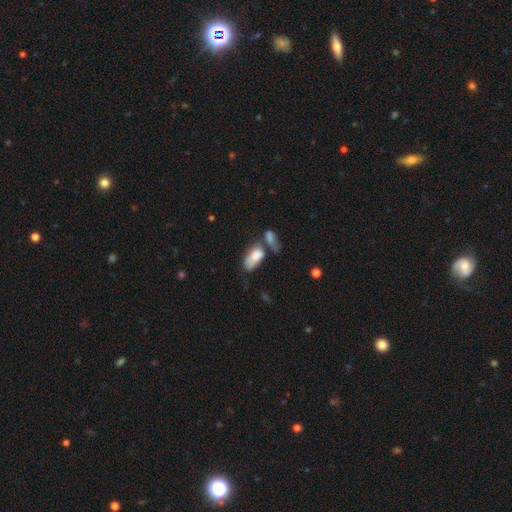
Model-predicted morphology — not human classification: type=smooth (77%); roundness=in between (93%); merging=merger (39%).